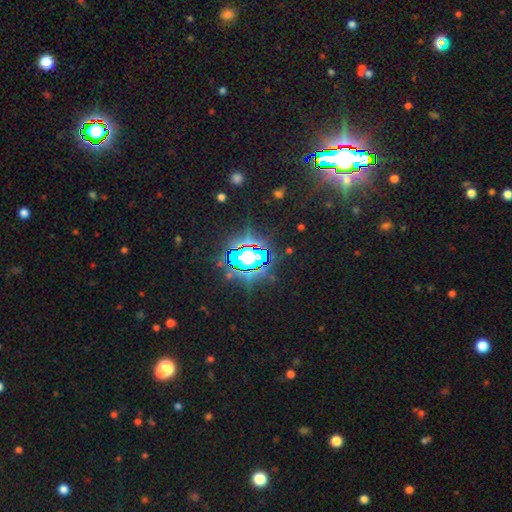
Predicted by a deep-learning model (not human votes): A star or artifact, not a galaxy (84%).